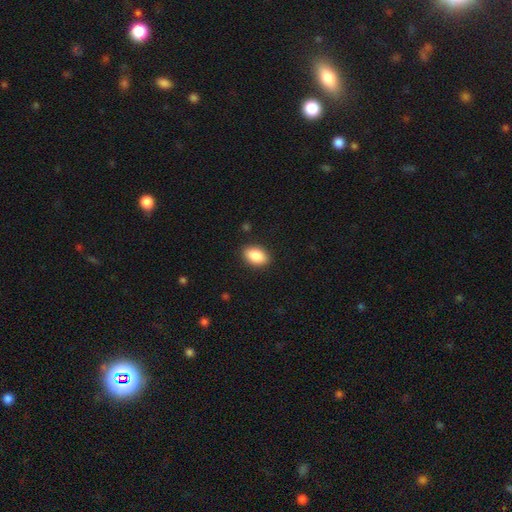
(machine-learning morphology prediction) This appears to be a smooth galaxy with no disk features (87%) that is in between round and cigar-shaped (89%). Merging: none (89%).